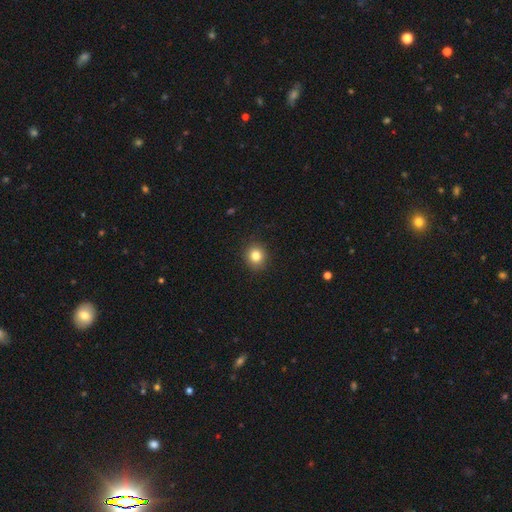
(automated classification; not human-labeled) This appears to be a smooth galaxy with no disk features (82%) that is round (84%). Merging: none (90%).